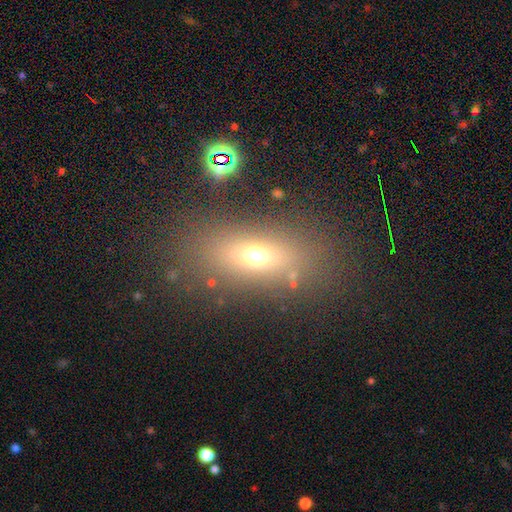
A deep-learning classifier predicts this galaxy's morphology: The model was most divided on "smooth or featured": smooth: 62%, featured or disk: 20%, star or artifact: 19%. More confident: merging — none (80%); how rounded — in between (70%).